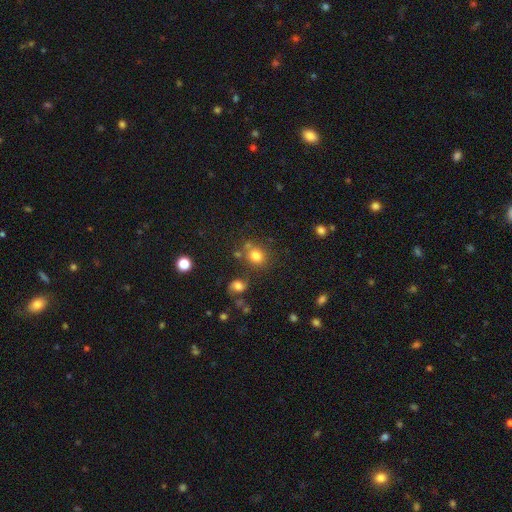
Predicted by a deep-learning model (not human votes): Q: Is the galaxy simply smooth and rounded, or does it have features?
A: smooth — 79%.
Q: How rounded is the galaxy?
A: round — 75%.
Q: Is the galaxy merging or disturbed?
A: none — 69%.